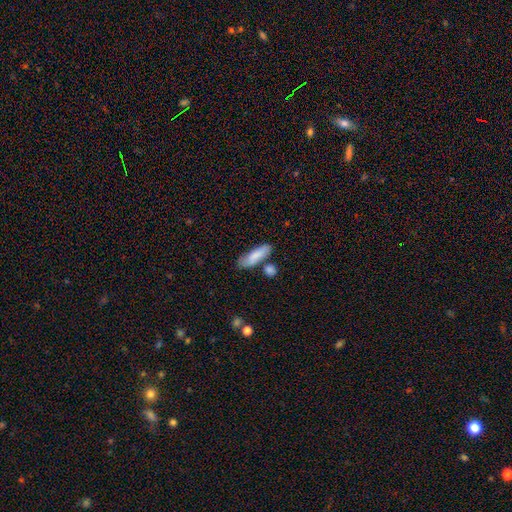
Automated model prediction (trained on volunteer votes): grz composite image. It shows a smooth galaxy with no disk features (82%) that is cigar-shaped (50%). Merging: none (65%).